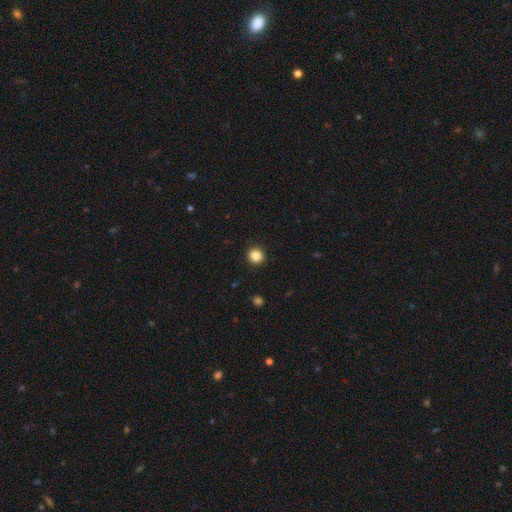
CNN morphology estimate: A smooth galaxy with no disk features (87%) that is round (94%).

Vote fractions:
- Smooth or featured? smooth: 87% / star or artifact: 10% / featured or disk: 3%
- How rounded? round: 94% / in between: 5% / cigar-shaped: 1%
- Merging? none: 92% / minor disturbance: 5% / major disturbance: 2% / merger: 1%